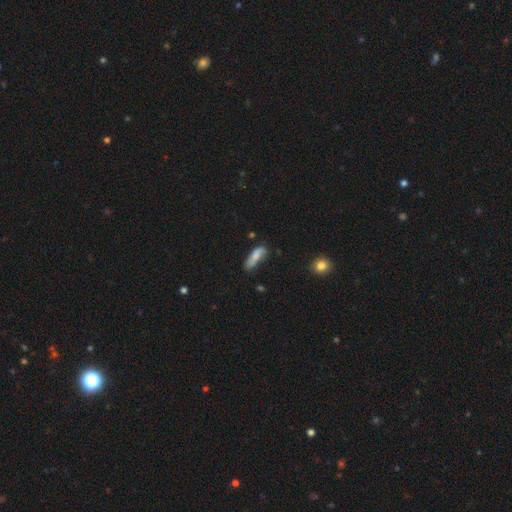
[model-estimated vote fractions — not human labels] A smooth galaxy with no disk features (68%) that is in between round and cigar-shaped (57%). Merging: none (49%).